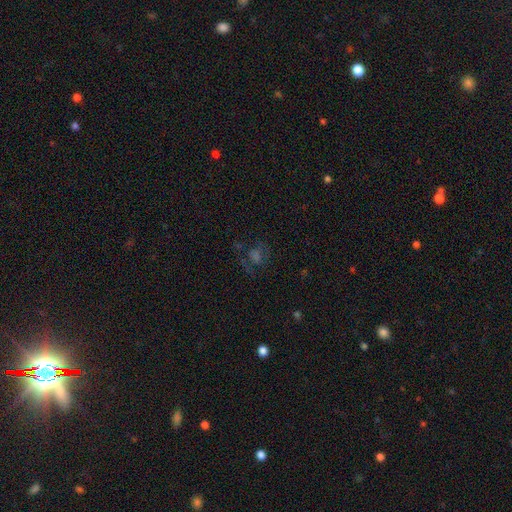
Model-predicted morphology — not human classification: Overall: star or artifact (37%; smooth 32%).